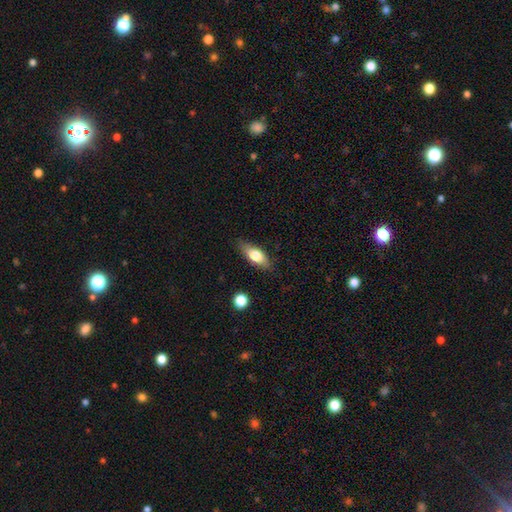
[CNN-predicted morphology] This is likely a smooth galaxy (71%). How rounded: likely in between (74%). Merging: clearly none (81%).